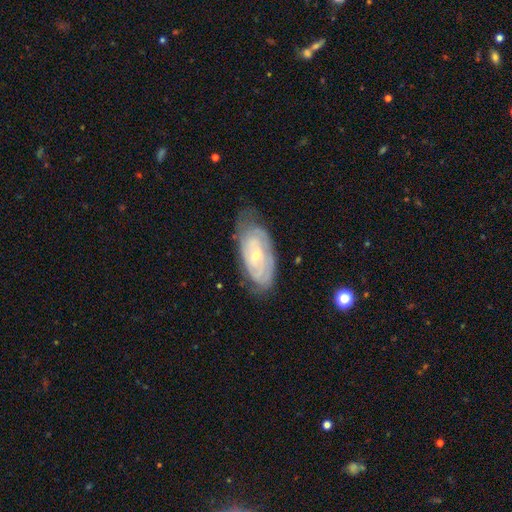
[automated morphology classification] The model was most divided on "spiral arm count": can't tell: 52%, 2: 26%, 3: 9%, 4: 5%, 1: 4%, more than 4: 3%. More confident: edge-on disk — no (93%); spiral arms — yes (86%); smooth or featured — featured or disk (76%); spiral winding — tight (73%); bar — no (65%); merging — none (65%); bulge size — small (64%).